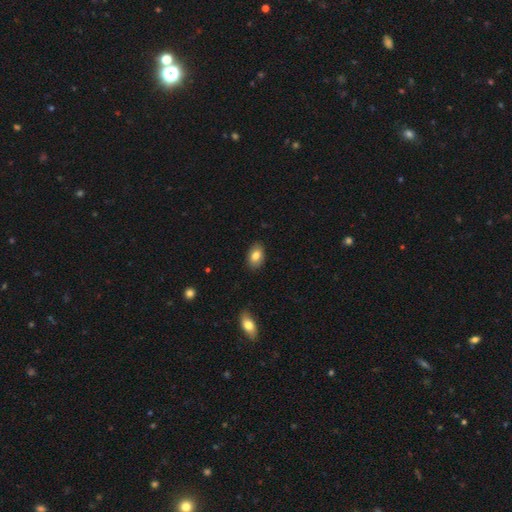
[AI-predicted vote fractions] A smooth galaxy with no disk features (82%) that is in between round and cigar-shaped (87%). Merging: none (87%).